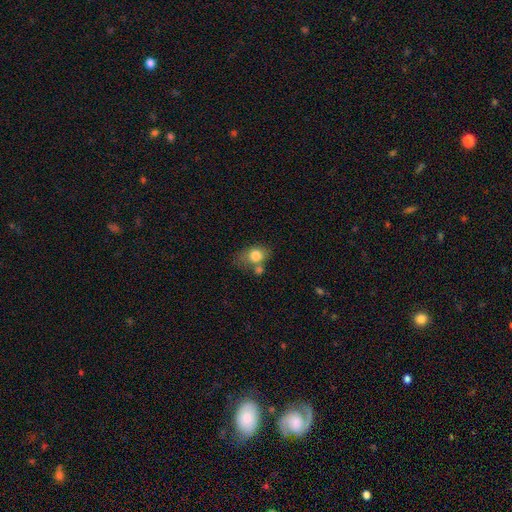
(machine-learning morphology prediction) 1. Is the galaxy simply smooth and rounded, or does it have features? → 79% smooth, 12% featured or disk, 9% star or artifact.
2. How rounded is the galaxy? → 53% in between, 46% round, 1% cigar-shaped.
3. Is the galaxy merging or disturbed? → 44% none, 25% merger, 20% minor disturbance, 10% major disturbance.